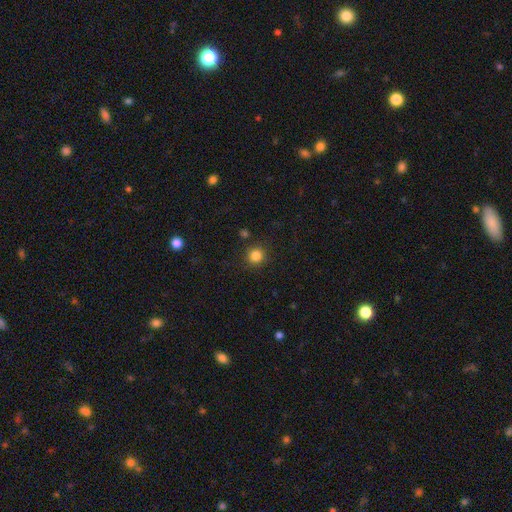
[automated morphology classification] smooth-or-featured: smooth: 83% | star or artifact: 12% | featured or disk: 5%
  how-rounded: round: 93% | in between: 6% | cigar-shaped: 1%
  merging: none: 88% | minor disturbance: 7% | merger: 2% | major disturbance: 2%